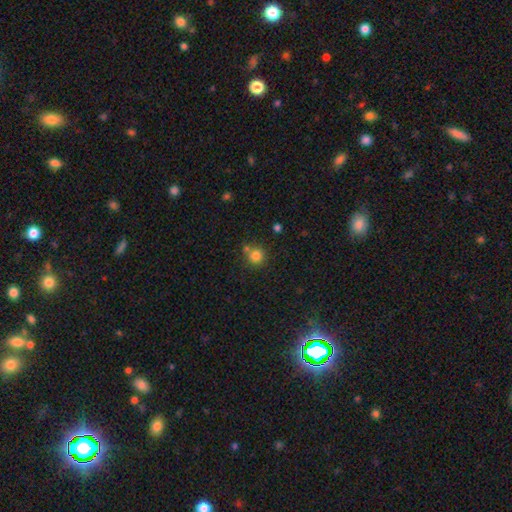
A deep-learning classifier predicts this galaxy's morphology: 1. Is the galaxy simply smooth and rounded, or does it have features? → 81% smooth, 13% star or artifact, 6% featured or disk.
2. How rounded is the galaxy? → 92% round, 7% in between, 1% cigar-shaped.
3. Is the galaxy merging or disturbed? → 70% none, 17% merger, 9% minor disturbance, 3% major disturbance.